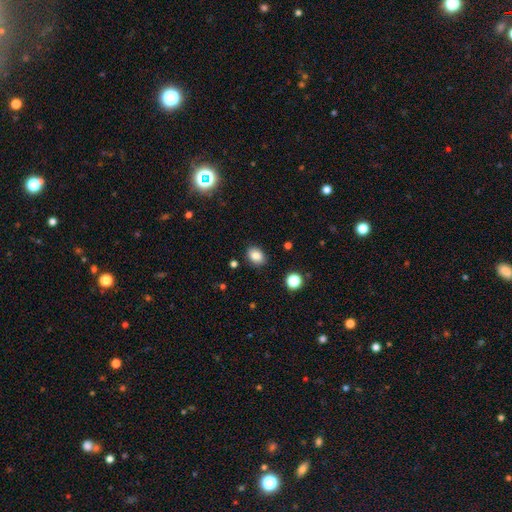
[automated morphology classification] type=smooth (84%); roundness=in between (66%); merging=none (86%).